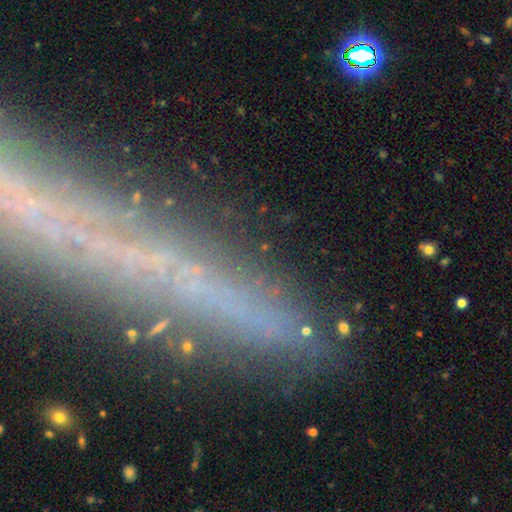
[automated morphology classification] Smooth or featured? Predicted: featured or disk (p=0.43). Merging? Predicted: none (p=0.80).